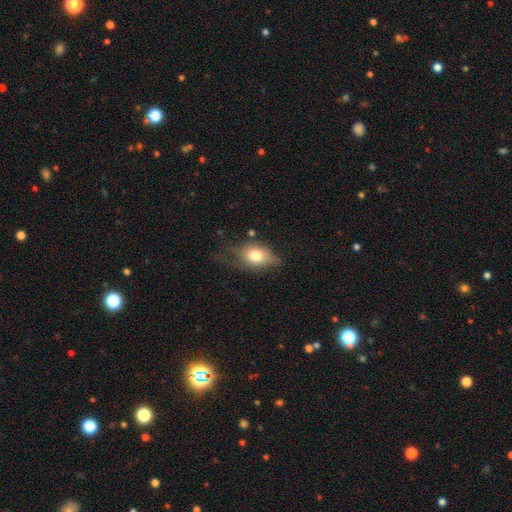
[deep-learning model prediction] Overall: smooth (72%). How rounded: in between (71%). Merging: none (40%; minor disturbance 35%).